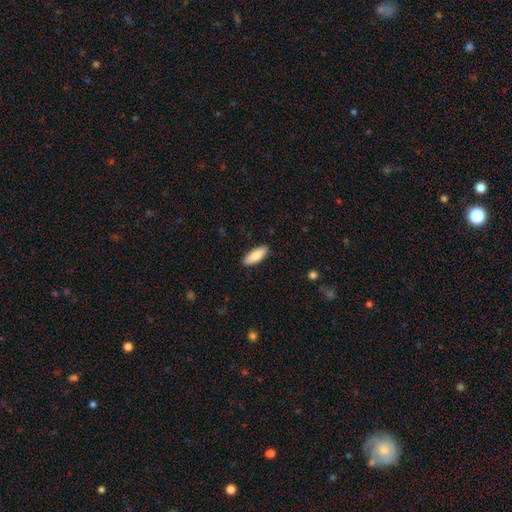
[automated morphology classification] A smooth galaxy with no disk features (84%) that is in between round and cigar-shaped (72%). Merging: none (90%).